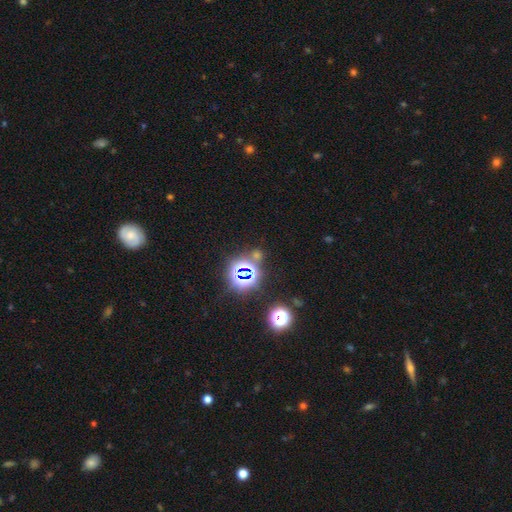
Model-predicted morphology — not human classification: smooth-or-featured: star or artifact: 70% | smooth: 22% | featured or disk: 8%